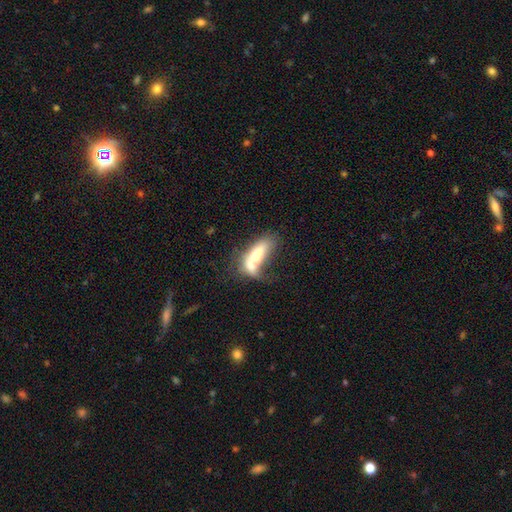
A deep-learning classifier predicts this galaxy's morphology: smooth 53%, featured or disk 39%, star or artifact 8%. Down the decision tree: how rounded — cigar-shaped (54%); merging — major disturbance (29%).